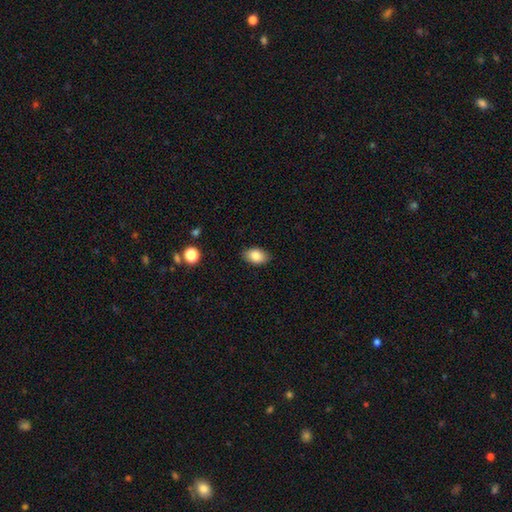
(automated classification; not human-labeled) The model was most divided on "merging": none: 87%, minor disturbance: 10%, major disturbance: 2%, merger: 1%. More confident: how rounded — in between (90%); smooth or featured — smooth (85%).